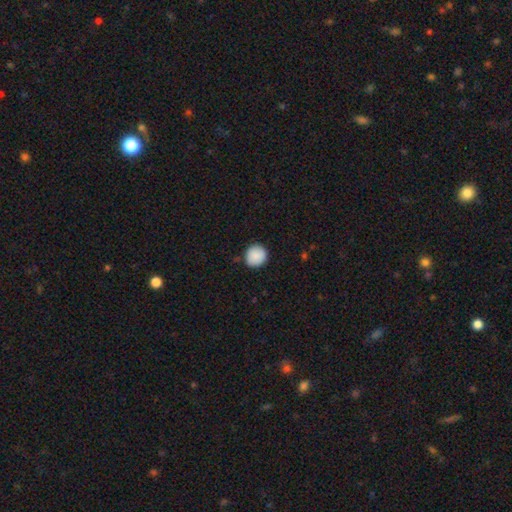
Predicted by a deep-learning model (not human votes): The model was most divided on "merging": none: 86%, minor disturbance: 11%, major disturbance: 2%, merger: 1%. More confident: how rounded — round (90%); smooth or featured — smooth (89%).